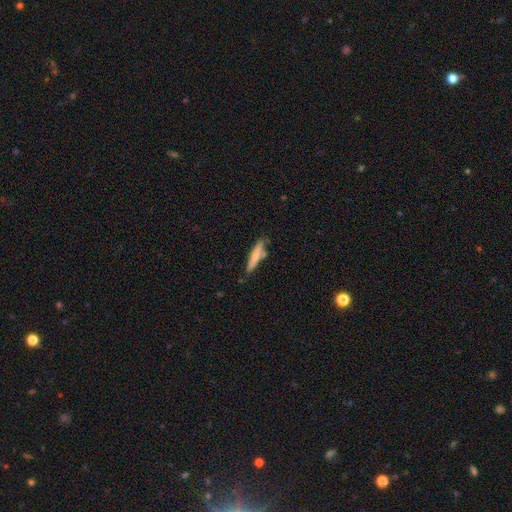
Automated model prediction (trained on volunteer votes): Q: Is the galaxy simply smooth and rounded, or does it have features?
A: smooth — 64%.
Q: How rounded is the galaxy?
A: cigar-shaped — 87%.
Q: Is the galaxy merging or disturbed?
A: none — 69%.